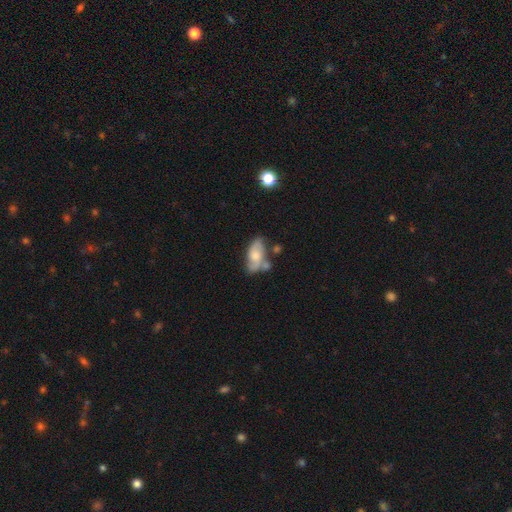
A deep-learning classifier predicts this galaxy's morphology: This is possibly a smooth galaxy (49%). Merging: marginally none (44%).